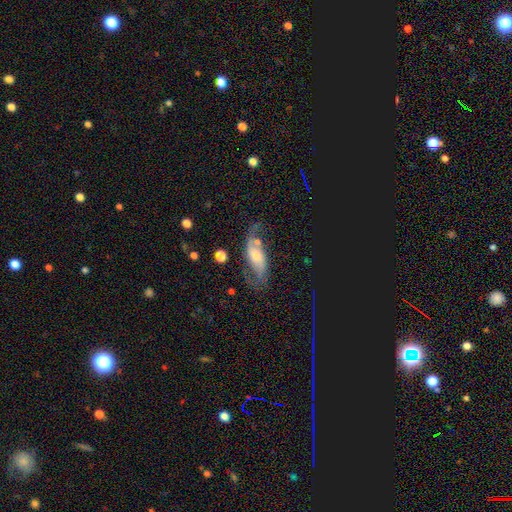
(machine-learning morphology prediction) This appears to be a featured or disk galaxy (63%) with no bar (58%), spiral arms (85%) and a small central bulge (43%). Merging: none (52%).